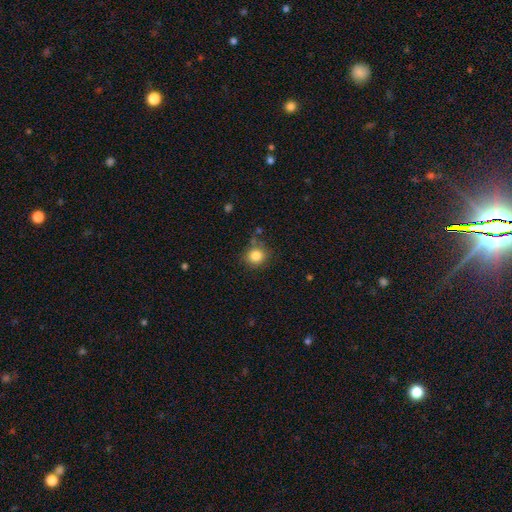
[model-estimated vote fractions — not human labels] Smooth or featured: smooth — 83% (star or artifact — 11%)
How rounded: round — 87% (in between — 12%)
Merging: none — 76% (minor disturbance — 15%)